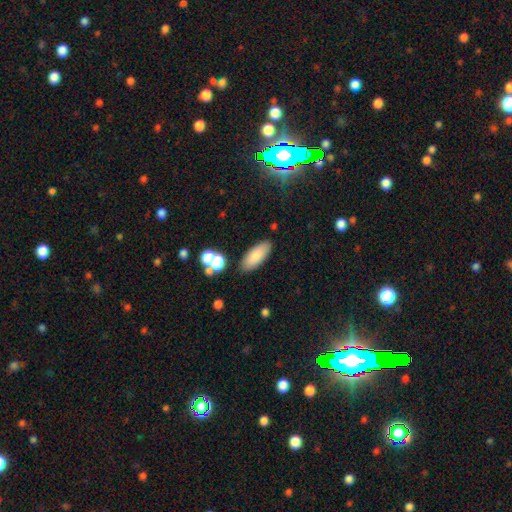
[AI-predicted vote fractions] Smooth or featured? smooth (81%)
How rounded? in between (77%)
Merging? none (83%)